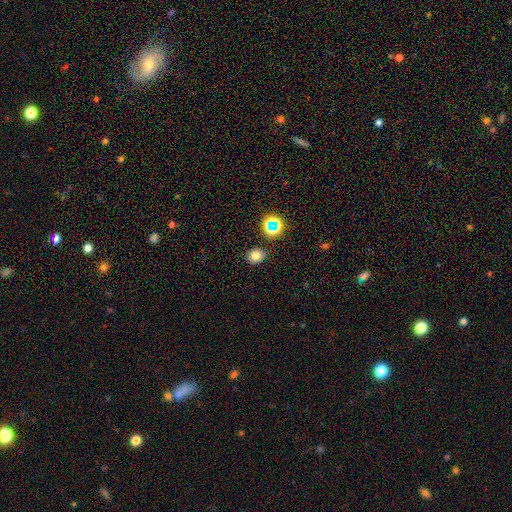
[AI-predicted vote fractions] Q: Smooth or featured?
A: smooth (74%); runner-up: star or artifact (18%)
Q: How rounded?
A: round (67%); runner-up: in between (32%)
Q: Merging?
A: none (86%); runner-up: minor disturbance (9%)